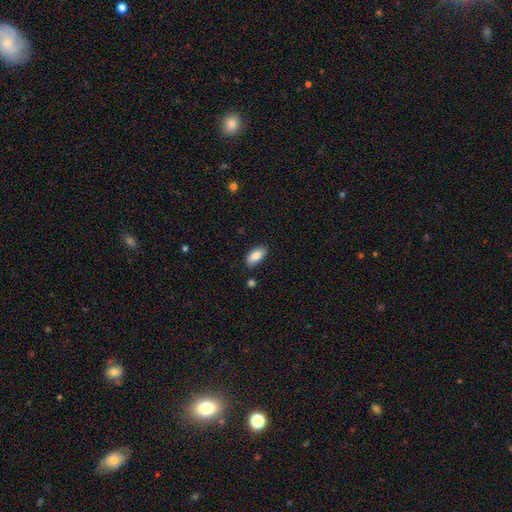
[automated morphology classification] smooth 85%, featured or disk 8%, star or artifact 7%. Down the decision tree: how rounded — in between (91%); merging — none (84%).